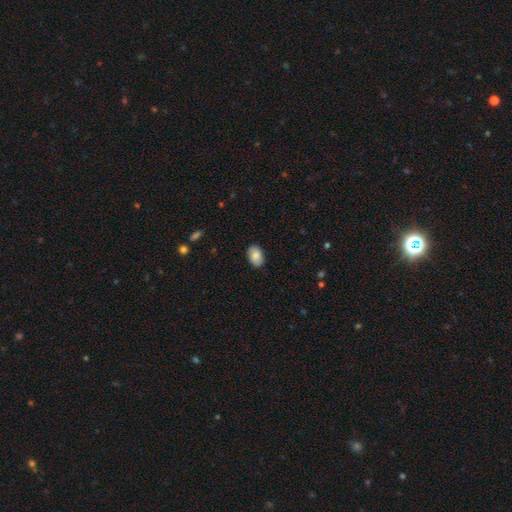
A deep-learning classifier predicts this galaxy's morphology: smooth-or-featured: smooth: 82% | featured or disk: 11% | star or artifact: 7%
  how-rounded: in between: 87% | round: 12% | cigar-shaped: 1%
  merging: none: 86% | minor disturbance: 11% | major disturbance: 2% | merger: 1%